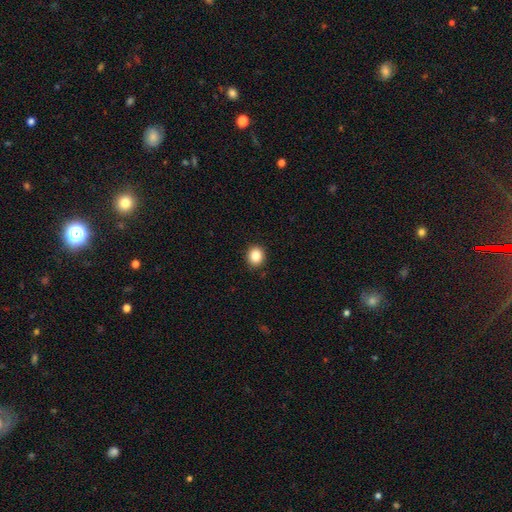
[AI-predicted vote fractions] smooth 86%, star or artifact 10%, featured or disk 4%. Down the decision tree: how rounded — round (82%); merging — none (91%).